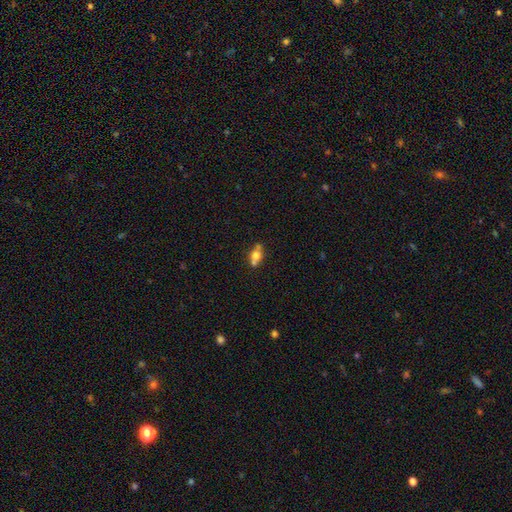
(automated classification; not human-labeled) smooth_or_featured: smooth (p=0.60) [alt: featured or disk p=0.28]
how_rounded: in between (p=0.55) [alt: round p=0.39]
merging: none (p=0.50) [alt: merger p=0.32]